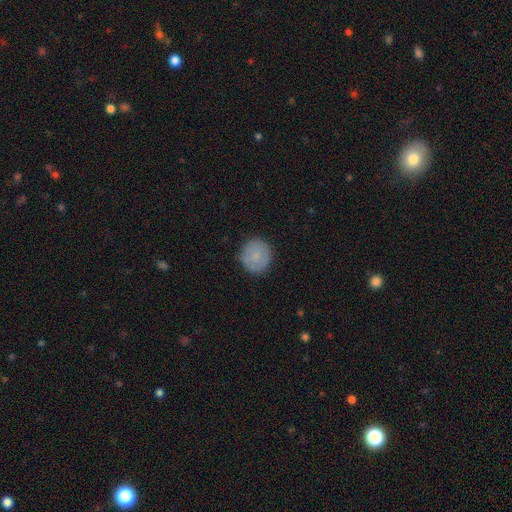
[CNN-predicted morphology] This appears to be a smooth galaxy with no disk features (78%) that is round (92%). Merging: none (87%).